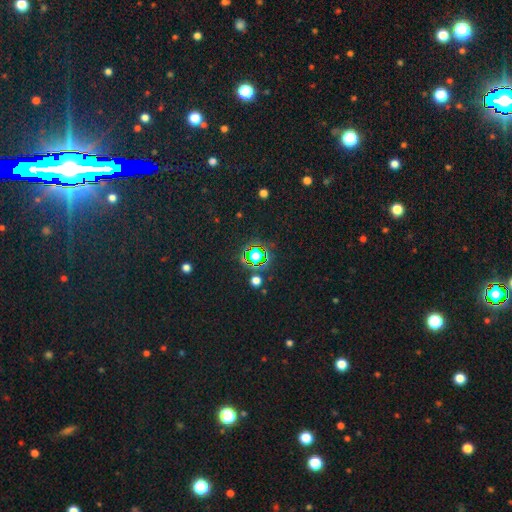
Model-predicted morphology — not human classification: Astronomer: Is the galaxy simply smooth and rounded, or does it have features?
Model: star or artifact — 65%.